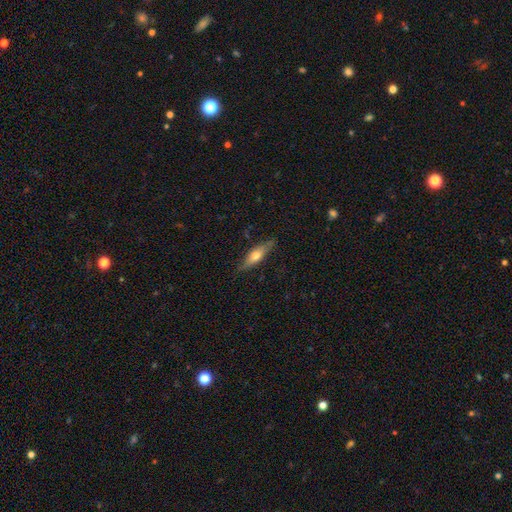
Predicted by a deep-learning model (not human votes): Smooth or featured? smooth (50%)
How rounded? cigar-shaped (61%)
Merging? none (80%)